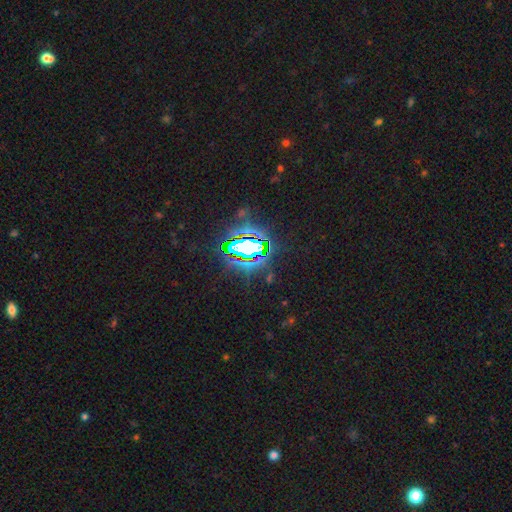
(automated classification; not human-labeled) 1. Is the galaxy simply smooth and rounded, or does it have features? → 83% star or artifact, 10% smooth, 7% featured or disk.